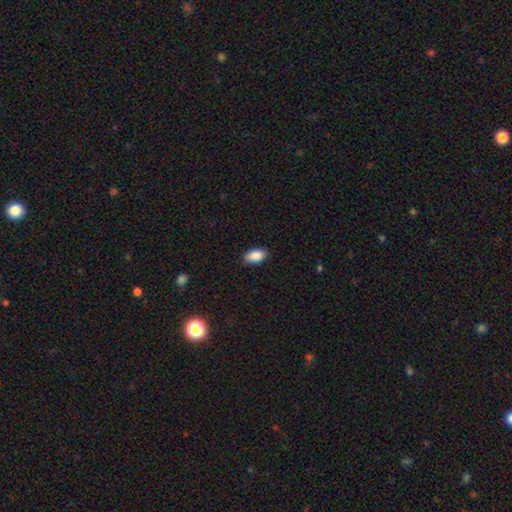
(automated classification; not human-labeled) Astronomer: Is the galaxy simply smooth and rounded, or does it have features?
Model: smooth — 89%.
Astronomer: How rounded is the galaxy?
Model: in between — 93%.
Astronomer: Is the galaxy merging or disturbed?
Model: none — 87%.